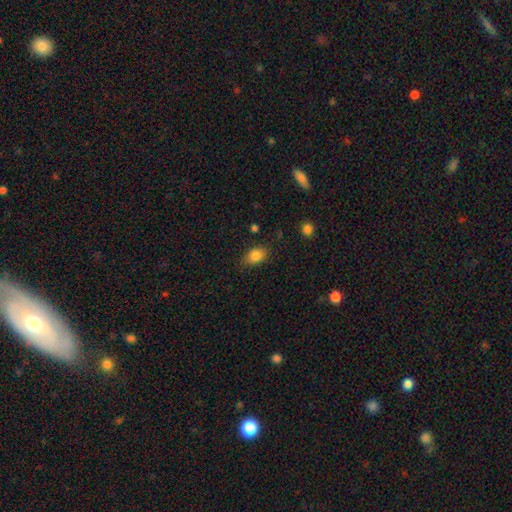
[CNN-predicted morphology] Smooth or featured: smooth — 85% (star or artifact — 9%)
How rounded: in between — 79% (round — 19%)
Merging: none — 79% (minor disturbance — 16%)